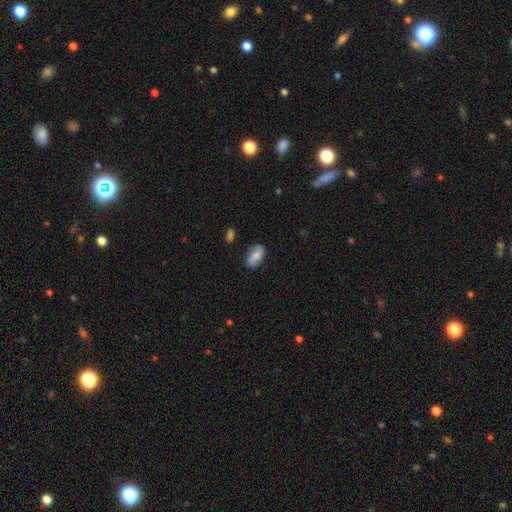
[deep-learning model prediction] smooth_or_featured: smooth (p=0.74) [alt: featured or disk p=0.19]
how_rounded: in between (p=0.91) [alt: round p=0.05]
merging: none (p=0.79) [alt: minor disturbance p=0.16]